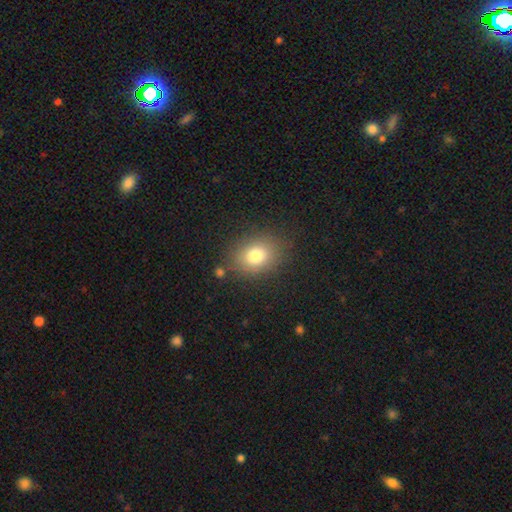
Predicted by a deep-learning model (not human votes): smooth-or-featured: smooth: 78% | star or artifact: 12% | featured or disk: 10%
  how-rounded: in between: 51% | round: 48% | cigar-shaped: 1%
  merging: none: 81% | minor disturbance: 12% | major disturbance: 4% | merger: 3%